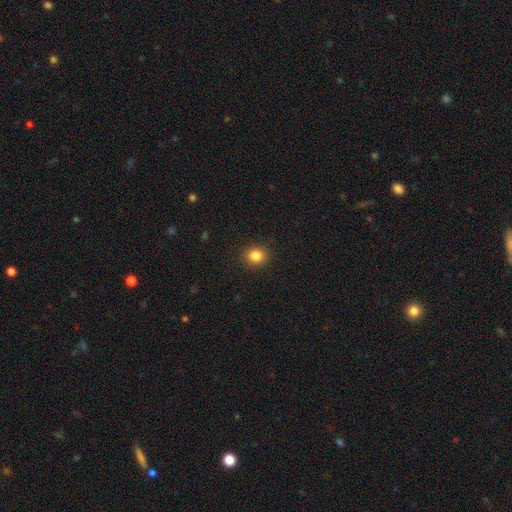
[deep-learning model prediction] A smooth galaxy with no disk features (84%) that is round (74%). Merging: none (90%).